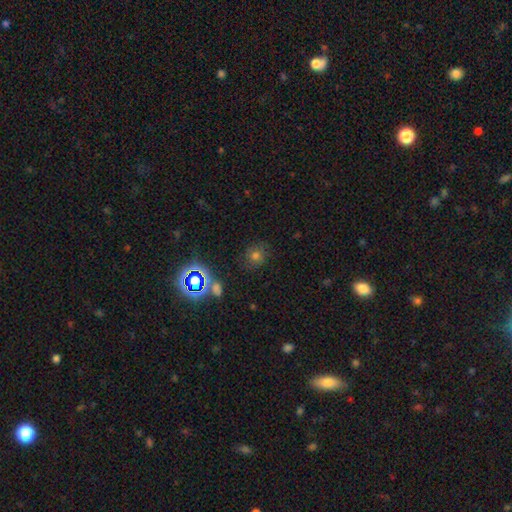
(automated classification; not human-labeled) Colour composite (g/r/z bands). It shows a smooth galaxy with no disk features (60%) that is round (84%). Merging: none (80%).